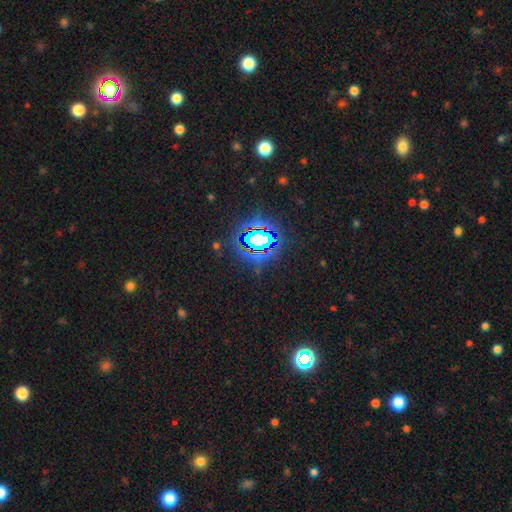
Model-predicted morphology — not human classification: smooth-or-featured: star or artifact: 80% | smooth: 13% | featured or disk: 7%